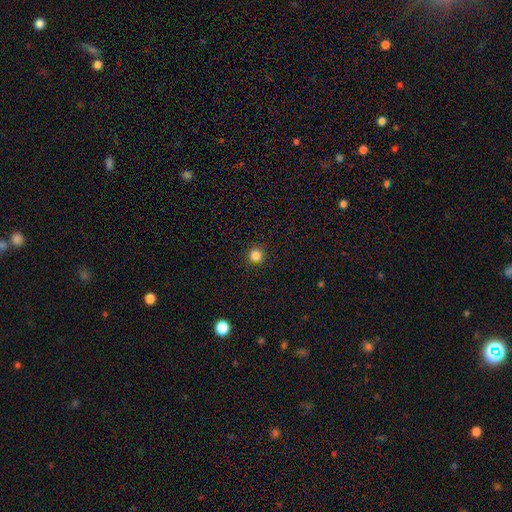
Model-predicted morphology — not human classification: Overall: smooth (84%). How rounded: round (93%). Merging: none (90%).